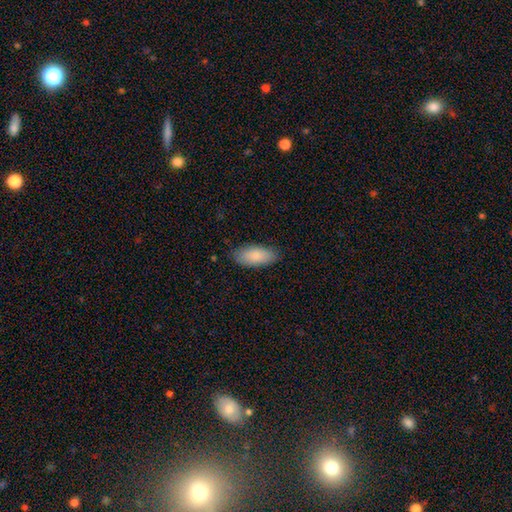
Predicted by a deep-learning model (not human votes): Morphology: type=smooth (86%); roundness=in between (88%); merging=none (83%).